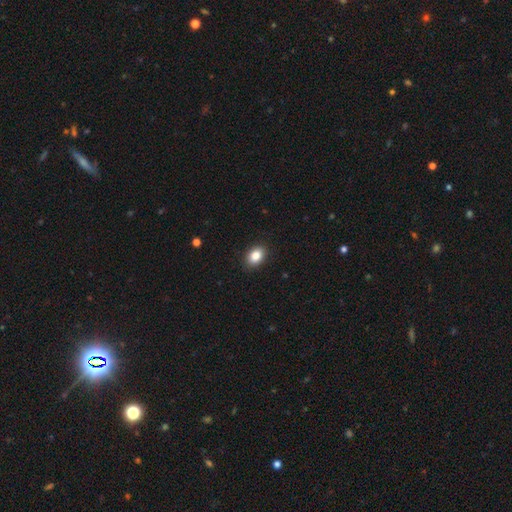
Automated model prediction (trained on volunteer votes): Q: Smooth or featured?
A: smooth (86%); runner-up: star or artifact (8%)
Q: How rounded?
A: in between (82%); runner-up: round (17%)
Q: Merging?
A: none (89%); runner-up: minor disturbance (8%)